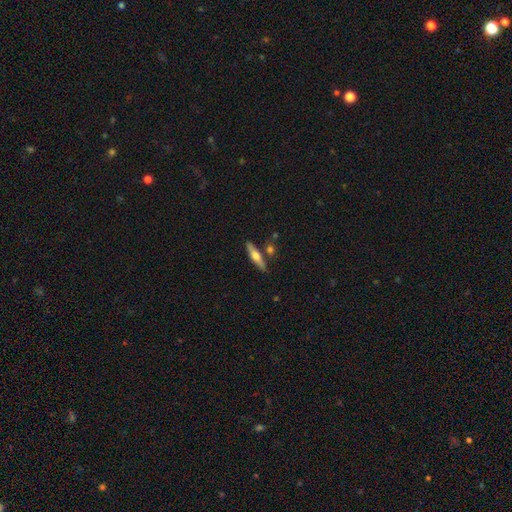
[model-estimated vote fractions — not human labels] smooth-or-featured: featured or disk: 50% | smooth: 44% | star or artifact: 6%
  merging: none: 80% | minor disturbance: 10% | merger: 8% | major disturbance: 2%